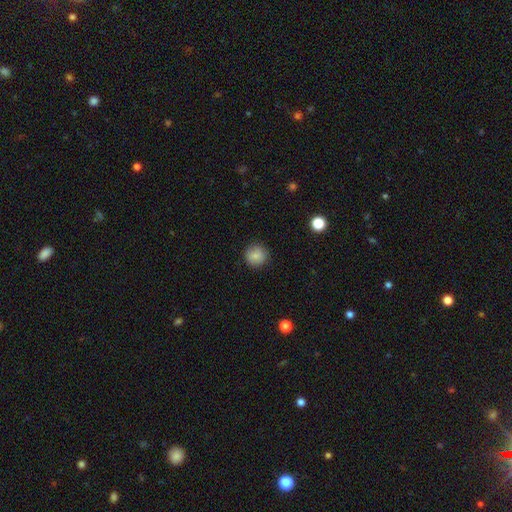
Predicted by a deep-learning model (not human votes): Smooth or featured? smooth (84%)
How rounded? round (92%)
Merging? none (89%)